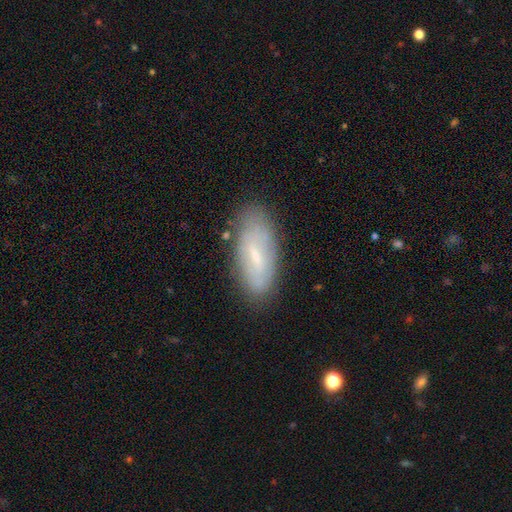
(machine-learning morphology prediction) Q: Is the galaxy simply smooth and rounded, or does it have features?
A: smooth — 51%.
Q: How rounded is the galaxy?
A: in between — 76%.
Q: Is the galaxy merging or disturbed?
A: none — 78%.